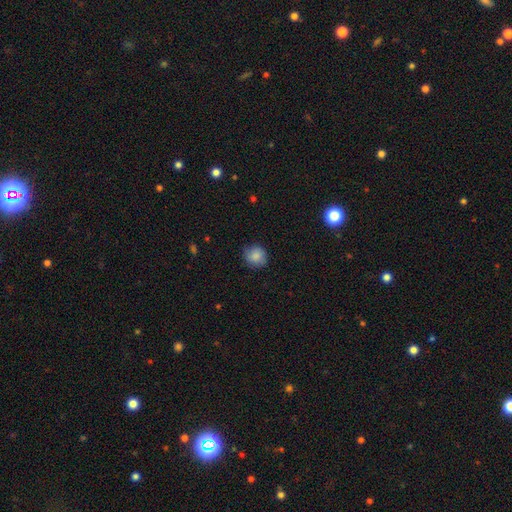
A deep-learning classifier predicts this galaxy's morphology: type=smooth (86%); roundness=round (87%); merging=none (83%).